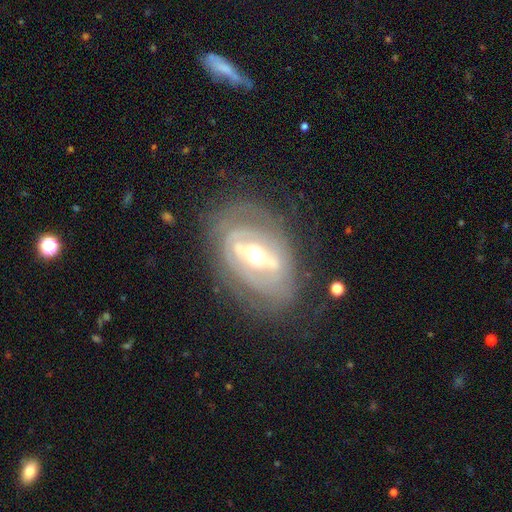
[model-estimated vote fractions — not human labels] smooth_or_featured: featured or disk (p=0.80) [alt: smooth p=0.14]
disk_edge_on: no (p=0.93) [alt: yes p=0.07]
bar: strong (p=0.46) [alt: weak p=0.32]
has_spiral_arms: yes (p=0.65) [alt: no p=0.35]
bulge_size: moderate (p=0.70) [alt: small p=0.19]
merging: none (p=0.68) [alt: minor disturbance p=0.19]